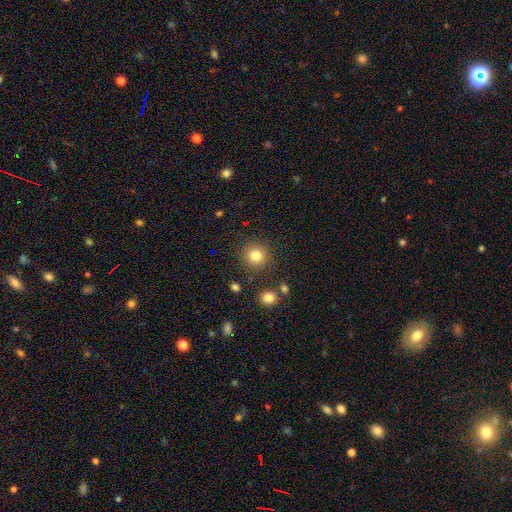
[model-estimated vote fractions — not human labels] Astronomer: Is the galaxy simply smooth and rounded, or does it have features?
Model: smooth — 81%.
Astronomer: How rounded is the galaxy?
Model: round — 90%.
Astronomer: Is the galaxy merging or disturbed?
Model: none — 87%.